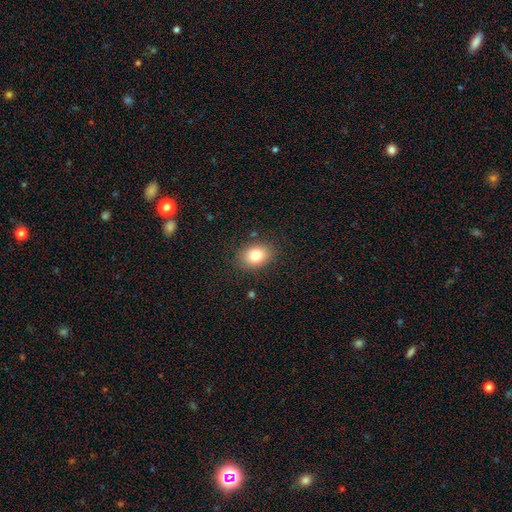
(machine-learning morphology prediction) Overall: smooth (81%). How rounded: in between (64%; round 35%). Merging: none (85%).